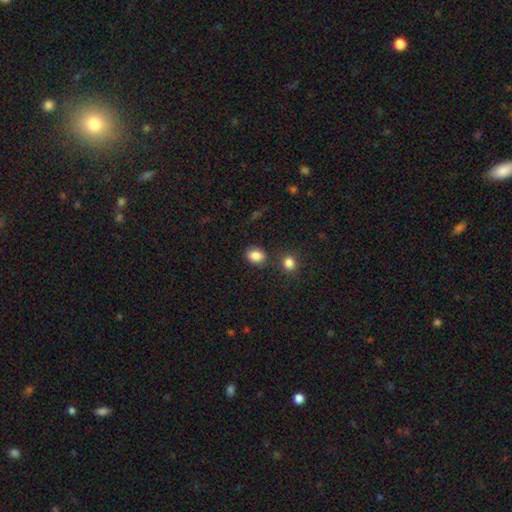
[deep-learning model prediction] smooth_or_featured: smooth (p=0.85) [alt: star or artifact p=0.10]
how_rounded: in between (p=0.57) [alt: round p=0.42]
merging: none (p=0.77) [alt: minor disturbance p=0.11]